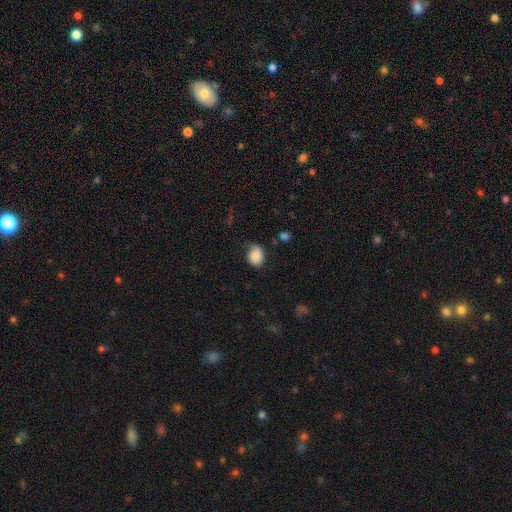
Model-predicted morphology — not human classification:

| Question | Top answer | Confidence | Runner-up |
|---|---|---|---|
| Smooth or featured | smooth | 84% | star or artifact (8%) |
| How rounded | in between | 56% | round (43%) |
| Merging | none | 56% | minor disturbance (31%) |